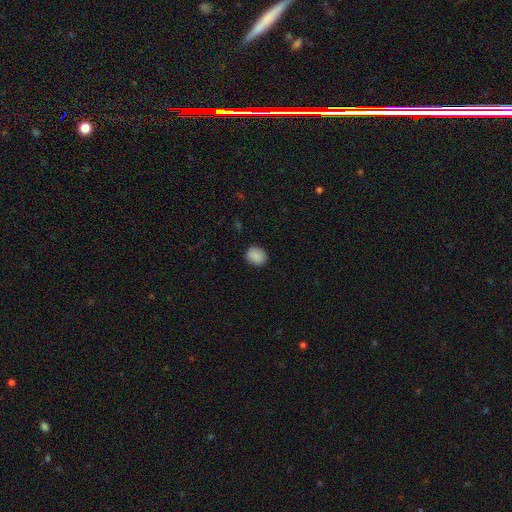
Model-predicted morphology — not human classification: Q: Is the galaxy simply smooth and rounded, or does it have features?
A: smooth — 89%.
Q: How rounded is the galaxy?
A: round — 58%.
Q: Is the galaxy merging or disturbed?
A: none — 88%.